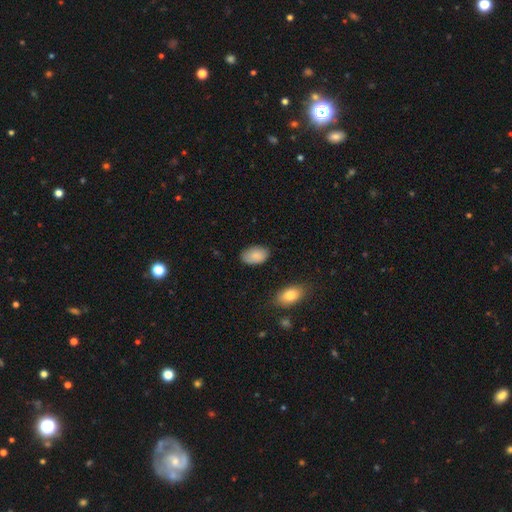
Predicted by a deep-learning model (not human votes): smooth-or-featured: smooth: 88% | star or artifact: 6% | featured or disk: 6%
  how-rounded: in between: 92% | round: 7% | cigar-shaped: 1%
  merging: none: 81% | minor disturbance: 14% | major disturbance: 3% | merger: 2%